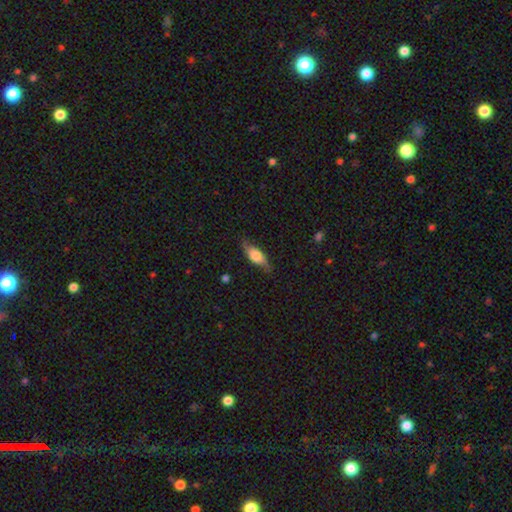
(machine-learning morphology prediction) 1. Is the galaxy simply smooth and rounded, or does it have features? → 53% smooth, 40% featured or disk, 7% star or artifact.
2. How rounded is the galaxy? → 70% in between, 26% cigar-shaped, 4% round.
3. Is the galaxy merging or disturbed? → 73% none, 21% minor disturbance, 5% major disturbance, 1% merger.